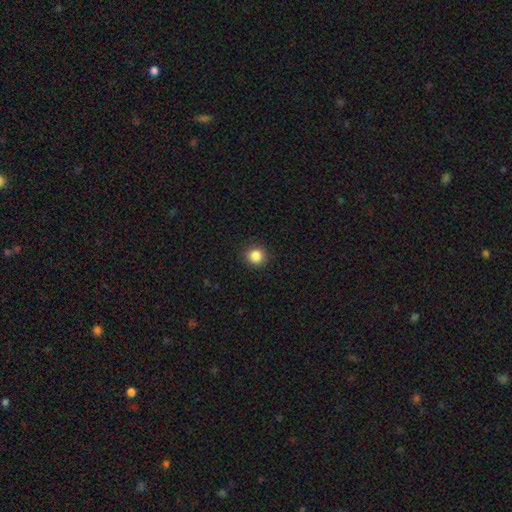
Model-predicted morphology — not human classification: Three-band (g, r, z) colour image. It shows a smooth galaxy with no disk features (86%) that is round (93%). Merging: none (91%).